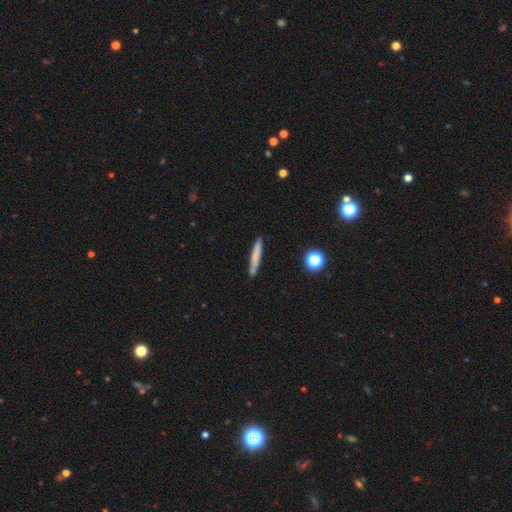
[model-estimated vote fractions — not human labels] Smooth or featured: smooth — 70% (featured or disk — 22%)
How rounded: cigar-shaped — 93% (in between — 5%)
Merging: none — 81% (minor disturbance — 13%)